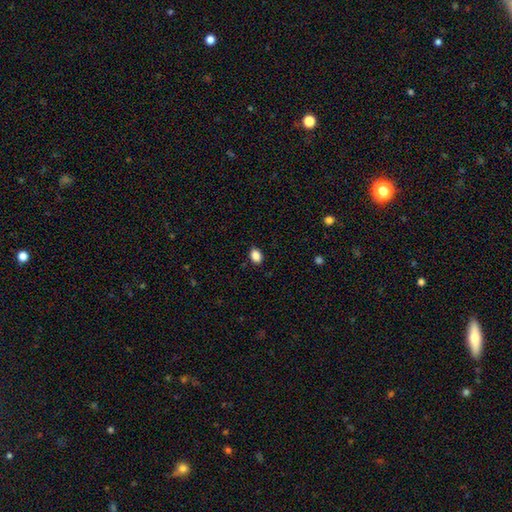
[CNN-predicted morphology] smooth 87%, star or artifact 9%, featured or disk 3%. Down the decision tree: how rounded — in between (78%); merging — none (87%).